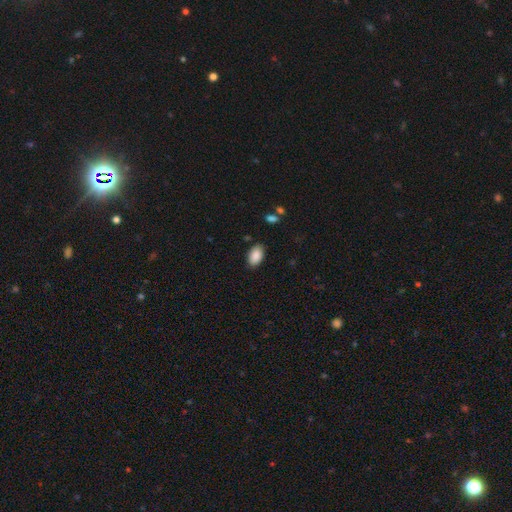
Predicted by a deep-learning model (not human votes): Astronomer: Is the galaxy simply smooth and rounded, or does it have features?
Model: smooth — 89%.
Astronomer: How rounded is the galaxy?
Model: in between — 93%.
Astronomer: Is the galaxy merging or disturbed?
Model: none — 85%.